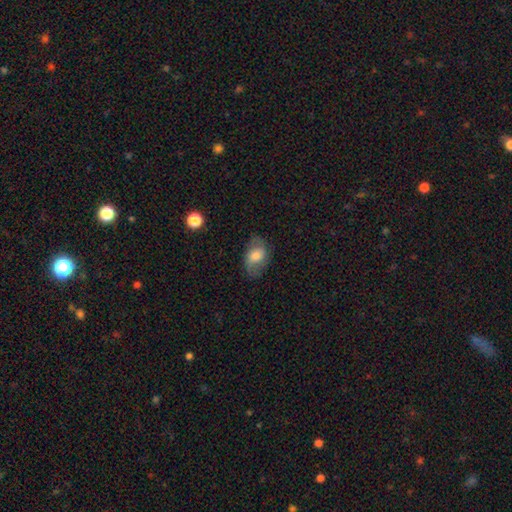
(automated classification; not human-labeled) Morphology: type=smooth (56%); roundness=in between (83%); merging=none (72%).